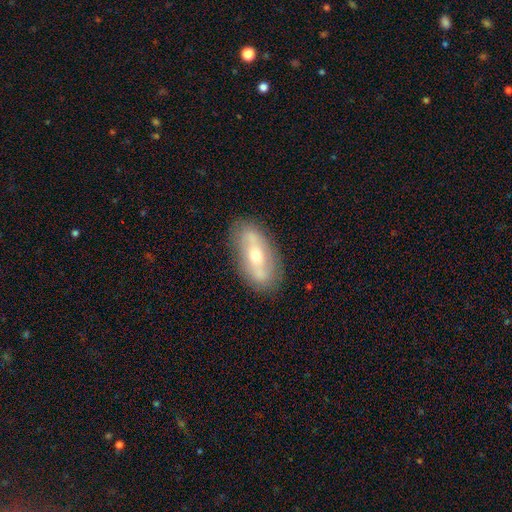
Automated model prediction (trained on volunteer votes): A featured or disk galaxy (61%) with no bar (38%), no spiral arms (56%) and a moderate central bulge (66%). Merging: none (81%).